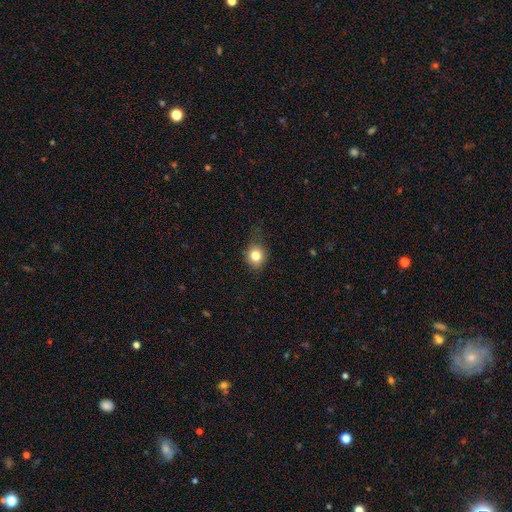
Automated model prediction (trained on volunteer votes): smooth_or_featured: smooth (p=0.80) [alt: star or artifact p=0.11]
how_rounded: round (p=0.78) [alt: in between p=0.21]
merging: none (p=0.73) [alt: minor disturbance p=0.20]